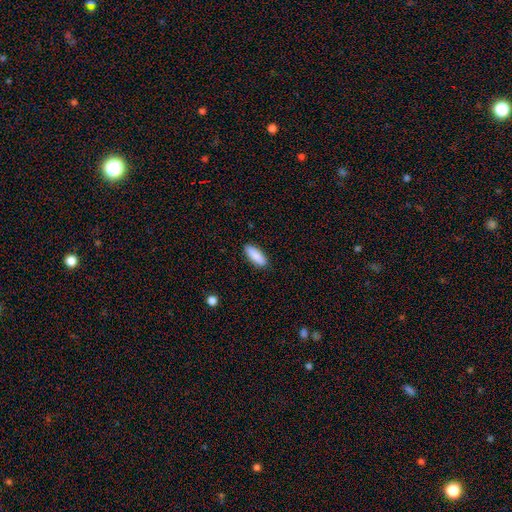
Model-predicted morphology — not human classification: This is clearly a smooth galaxy (88%). How rounded: likely in between (69%). Merging: clearly none (89%).